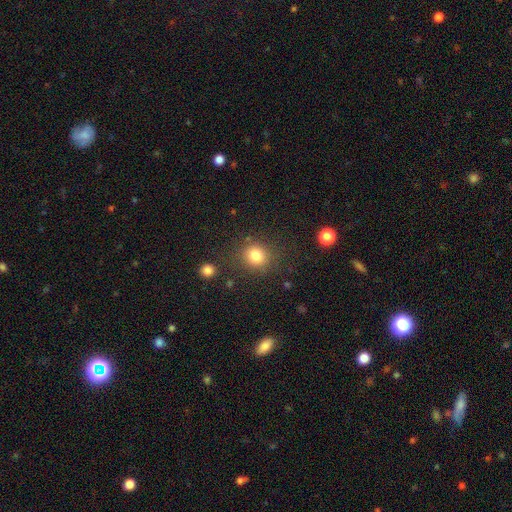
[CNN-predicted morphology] The model was most divided on "how rounded": round: 84%, in between: 15%, cigar-shaped: 1%. More confident: smooth or featured — smooth (82%); merging — none (81%).